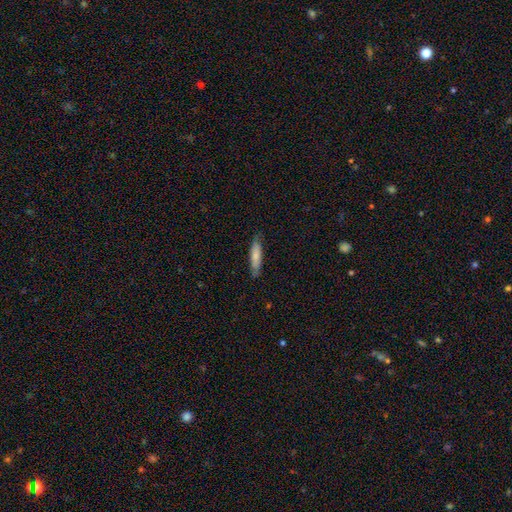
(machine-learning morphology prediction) smooth 75%, featured or disk 20%, star or artifact 5%. Down the decision tree: how rounded — cigar-shaped (76%); merging — none (80%).